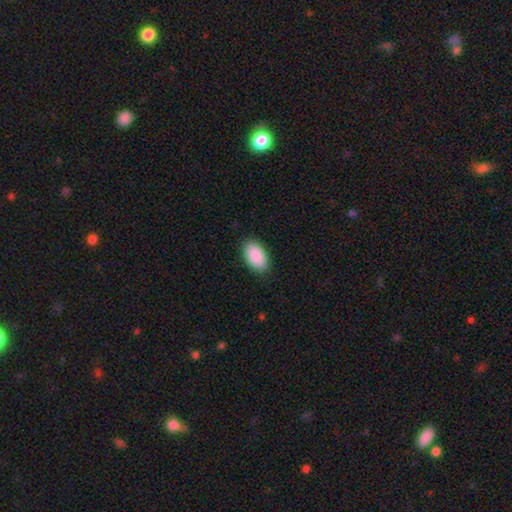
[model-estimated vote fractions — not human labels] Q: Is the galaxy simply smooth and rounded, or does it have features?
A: smooth — 91%.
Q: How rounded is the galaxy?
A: in between — 95%.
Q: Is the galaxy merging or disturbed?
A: none — 88%.